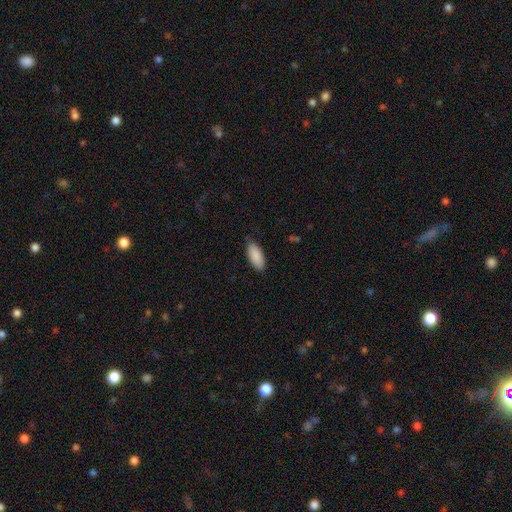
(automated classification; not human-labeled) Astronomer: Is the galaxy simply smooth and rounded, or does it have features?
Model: smooth — 90%.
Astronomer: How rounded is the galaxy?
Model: in between — 89%.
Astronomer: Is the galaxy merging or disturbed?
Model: none — 83%.